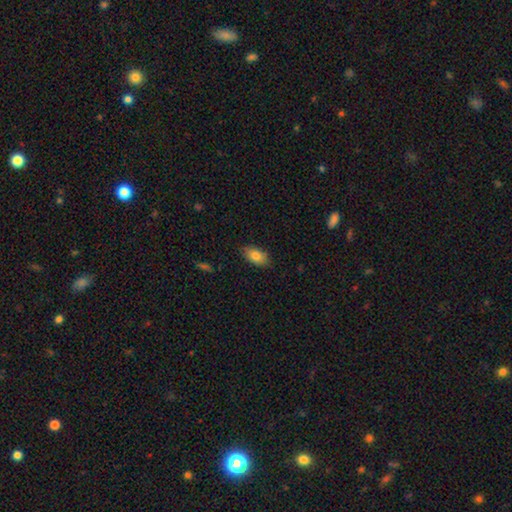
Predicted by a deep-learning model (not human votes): Smooth or featured? smooth (81%)
How rounded? in between (91%)
Merging? none (81%)